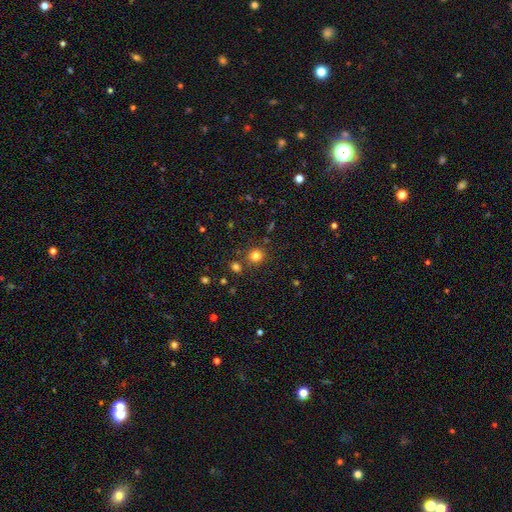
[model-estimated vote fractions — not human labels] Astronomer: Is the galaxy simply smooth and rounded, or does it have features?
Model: smooth — 78%.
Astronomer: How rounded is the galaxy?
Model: round — 89%.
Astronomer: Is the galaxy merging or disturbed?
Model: none — 81%.